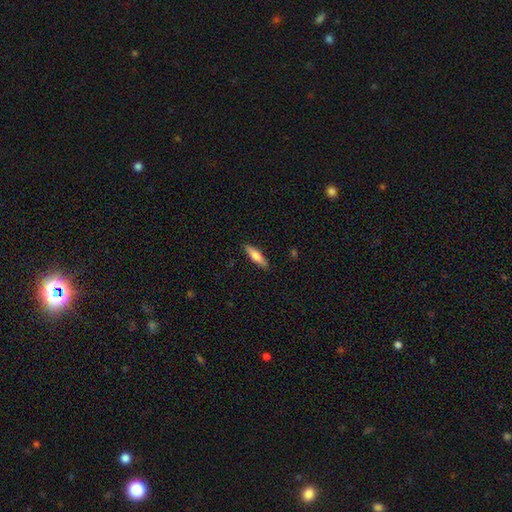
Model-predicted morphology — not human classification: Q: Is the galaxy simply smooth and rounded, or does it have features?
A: smooth — 67%.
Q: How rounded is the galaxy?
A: cigar-shaped — 69%.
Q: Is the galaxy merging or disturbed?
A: none — 88%.